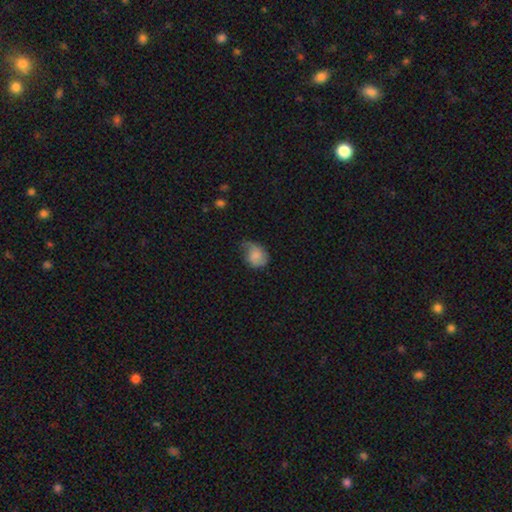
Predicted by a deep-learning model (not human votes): Smooth or featured?
  - smooth: 67% *
  - featured or disk: 25%
  - star or artifact: 8%
How rounded?
  - in between: 51% *
  - round: 48%
  - cigar-shaped: 1%
Merging?
  - minor disturbance: 42% *
  - none: 34%
  - major disturbance: 22%
  - merger: 2%